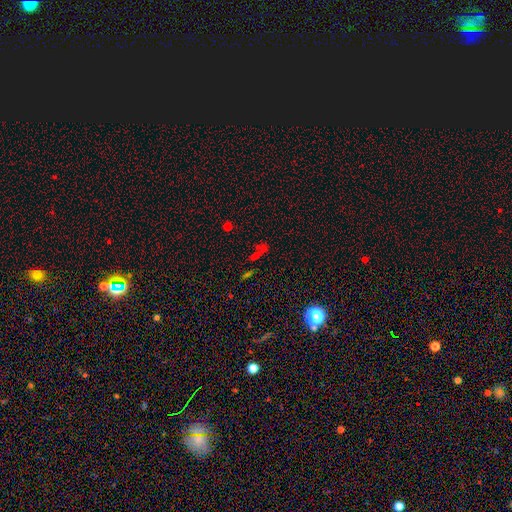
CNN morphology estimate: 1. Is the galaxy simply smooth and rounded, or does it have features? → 49% star or artifact, 35% smooth, 16% featured or disk.